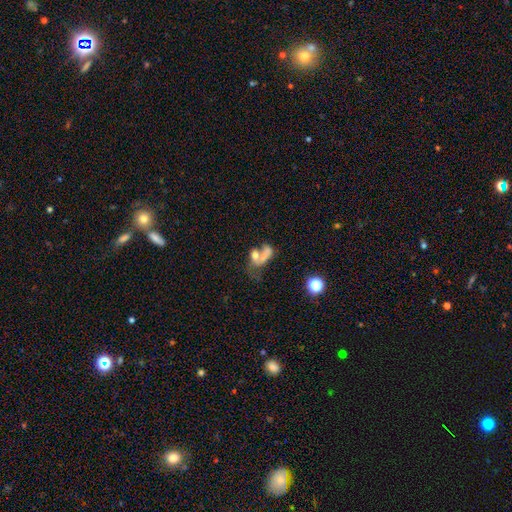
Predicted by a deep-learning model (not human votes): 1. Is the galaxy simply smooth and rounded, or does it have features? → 52% smooth, 34% featured or disk, 14% star or artifact.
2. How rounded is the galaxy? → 72% in between, 22% round, 6% cigar-shaped.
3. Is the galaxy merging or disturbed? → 55% merger, 20% major disturbance, 16% none, 9% minor disturbance.